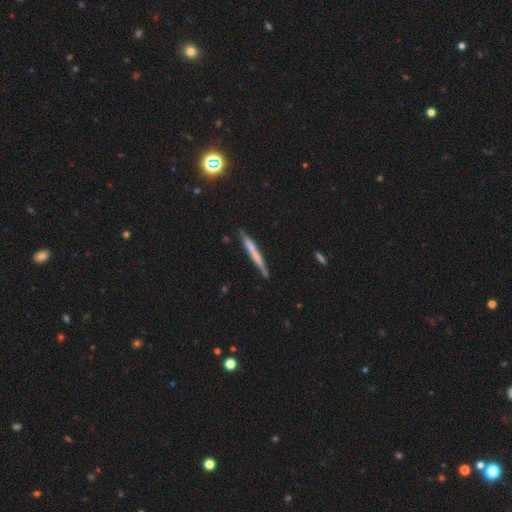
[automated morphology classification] smooth-or-featured: featured or disk: 47% | smooth: 45% | star or artifact: 8%
  merging: none: 84% | minor disturbance: 12% | merger: 2% | major disturbance: 2%